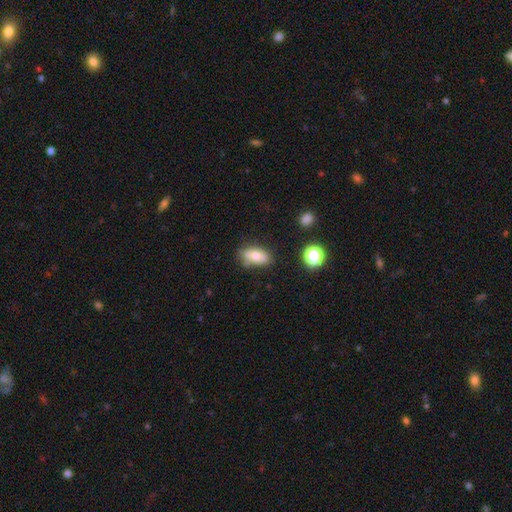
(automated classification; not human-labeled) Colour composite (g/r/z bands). It shows a smooth galaxy with no disk features (70%) that is in between round and cigar-shaped (89%). Merging: none (67%).